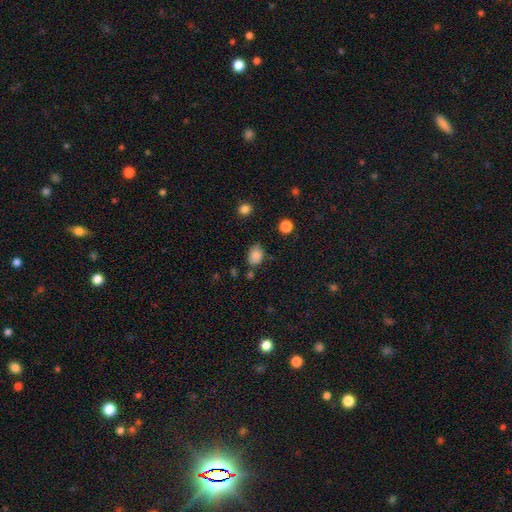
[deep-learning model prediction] Smooth or featured? smooth (83%)
How rounded? in between (66%)
Merging? none (69%)